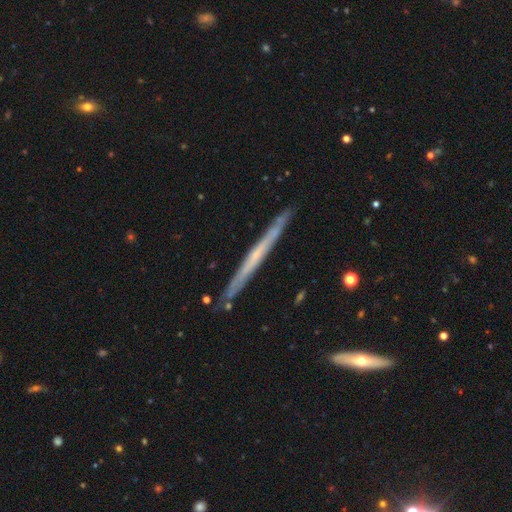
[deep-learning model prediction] This appears to be a featured or disk galaxy (64%) viewed edge-on (97%) with no central bulge (77%). Merging: none (88%).